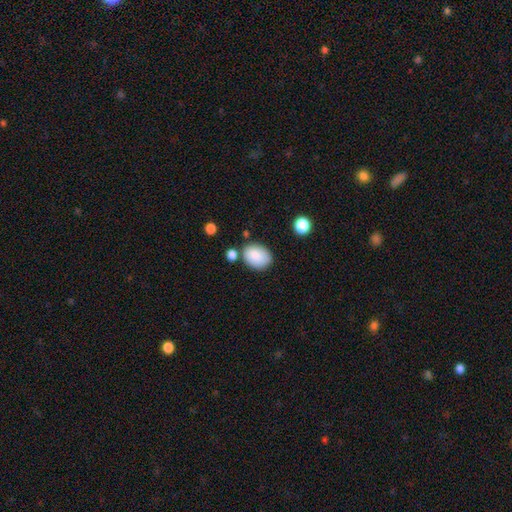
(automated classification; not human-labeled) A smooth galaxy with no disk features (86%) that is in between round and cigar-shaped (75%).

Vote fractions:
- Smooth or featured? smooth: 86% / star or artifact: 7% / featured or disk: 6%
- How rounded? in between: 75% / round: 24% / cigar-shaped: 1%
- Merging? none: 69% / minor disturbance: 17% / merger: 9% / major disturbance: 4%